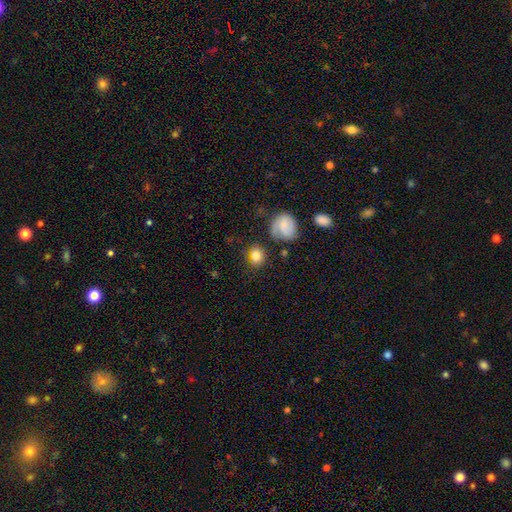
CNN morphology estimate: Q: Smooth or featured?
A: smooth (82%); runner-up: featured or disk (9%)
Q: How rounded?
A: round (71%); runner-up: in between (28%)
Q: Merging?
A: none (71%); runner-up: minor disturbance (17%)